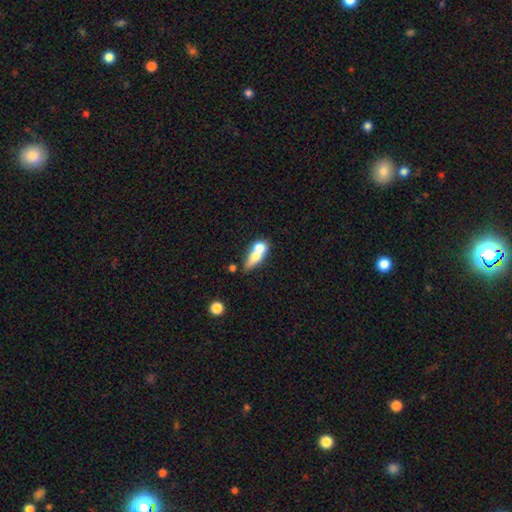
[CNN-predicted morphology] Overall: smooth (63%; featured or disk 29%). How rounded: in between (57%; round 24%). Merging: merger (63%; none 23%).